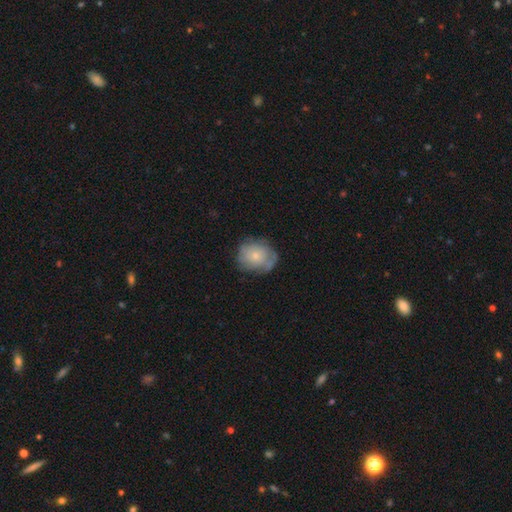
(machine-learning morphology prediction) type=smooth (56%); roundness=round (71%); merging=none (60%).